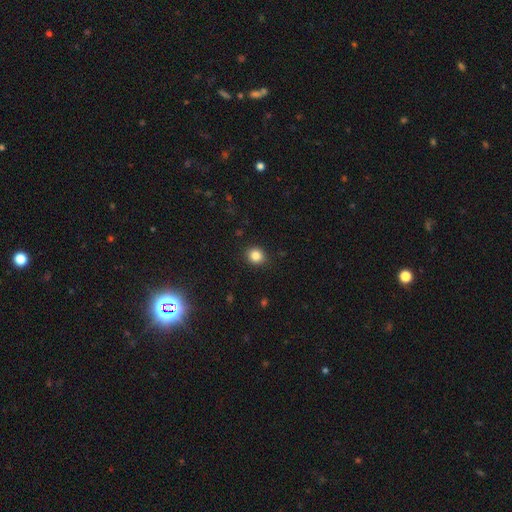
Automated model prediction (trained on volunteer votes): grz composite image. It shows a smooth galaxy with no disk features (85%) that is round (78%). Merging: none (90%).